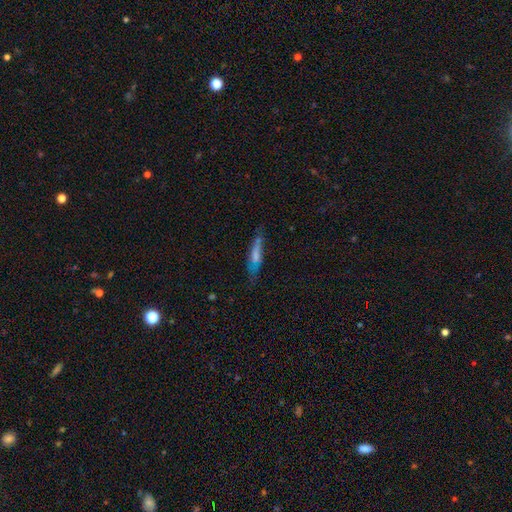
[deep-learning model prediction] The model was most divided on "smooth or featured": smooth: 55%, featured or disk: 37%, star or artifact: 9%. More confident: how rounded — cigar-shaped (80%); merging — none (63%).